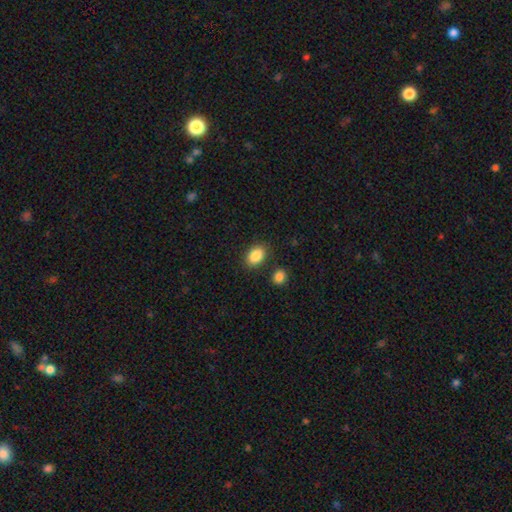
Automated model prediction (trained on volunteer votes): Smooth or featured: smooth — 87% (star or artifact — 8%)
How rounded: in between — 80% (round — 19%)
Merging: none — 82% (minor disturbance — 10%)